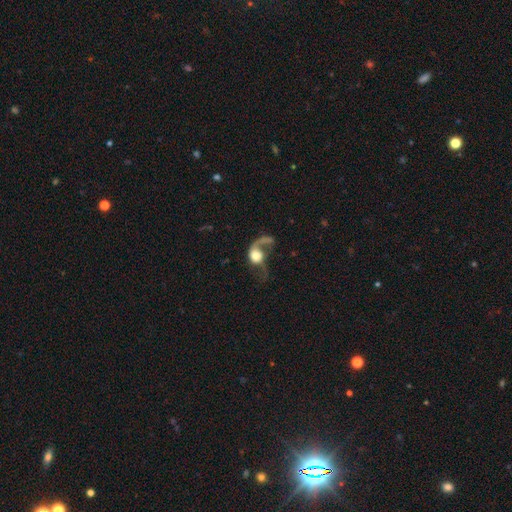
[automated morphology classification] type=featured or disk (59%); edge-on=no (96%); bar=no (77%); spiral arms=yes (76%); bulge=large (40%); merging=major disturbance (55%).